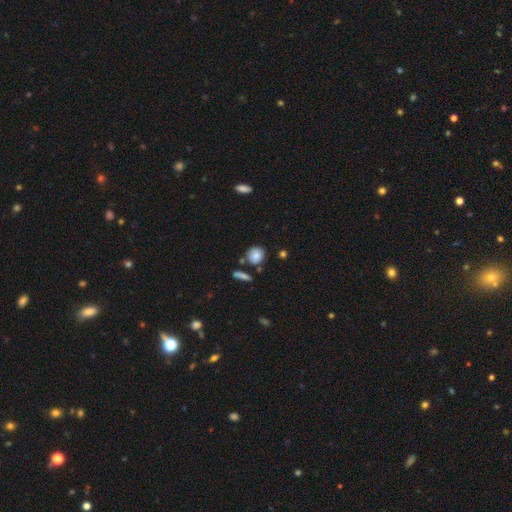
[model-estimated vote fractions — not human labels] smooth_or_featured: smooth (p=0.83) [alt: star or artifact p=0.09]
how_rounded: round (p=0.79) [alt: in between p=0.19]
merging: none (p=0.72) [alt: minor disturbance p=0.14]